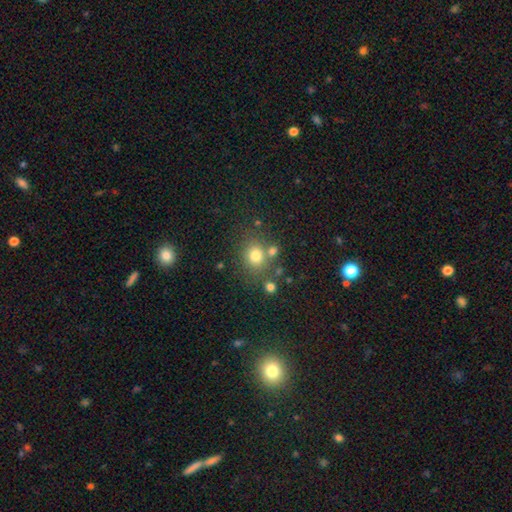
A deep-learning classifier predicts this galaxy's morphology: smooth_or_featured: smooth (p=0.76) [alt: star or artifact p=0.15]
how_rounded: round (p=0.77) [alt: in between p=0.22]
merging: none (p=0.69) [alt: merger p=0.15]